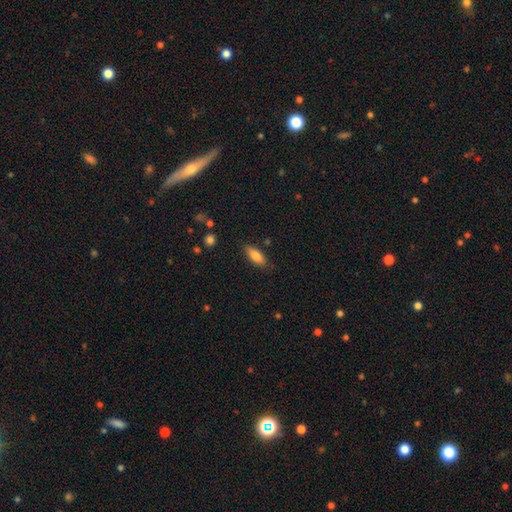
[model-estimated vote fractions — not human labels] smooth 84%, featured or disk 10%, star or artifact 7%. Down the decision tree: how rounded — in between (77%); merging — none (84%).